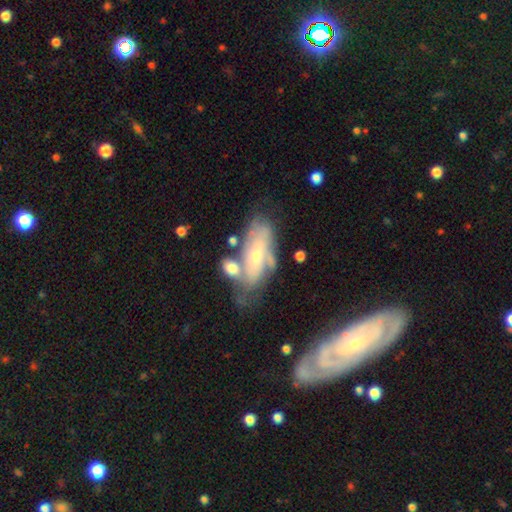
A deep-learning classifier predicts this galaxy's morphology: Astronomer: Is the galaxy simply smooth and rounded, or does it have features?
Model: featured or disk — 64%.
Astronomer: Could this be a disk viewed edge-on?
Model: no — 87%.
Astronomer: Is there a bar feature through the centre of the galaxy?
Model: no — 70%.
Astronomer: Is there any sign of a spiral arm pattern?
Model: yes — 73%.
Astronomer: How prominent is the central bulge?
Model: small — 62%.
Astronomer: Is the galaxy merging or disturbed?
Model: none — 44% (runner-up: merger, 23%).